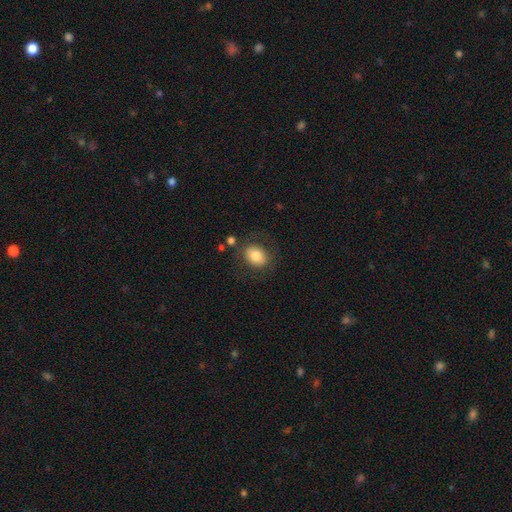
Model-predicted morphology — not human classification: Smooth or featured?
  - smooth: 79% *
  - featured or disk: 13%
  - star or artifact: 8%
How rounded?
  - in between: 55% *
  - round: 44%
  - cigar-shaped: 1%
Merging?
  - none: 76% *
  - minor disturbance: 13%
  - major disturbance: 7%
  - merger: 3%